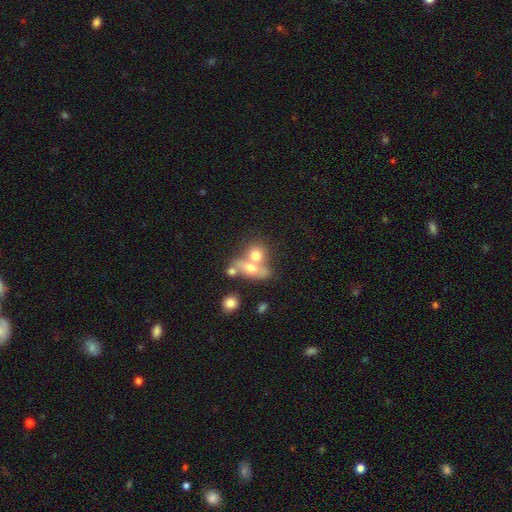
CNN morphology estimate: Q: Smooth or featured?
A: smooth (64%); runner-up: featured or disk (26%)
Q: How rounded?
A: in between (50%); runner-up: round (47%)
Q: Merging?
A: merger (64%); runner-up: none (24%)